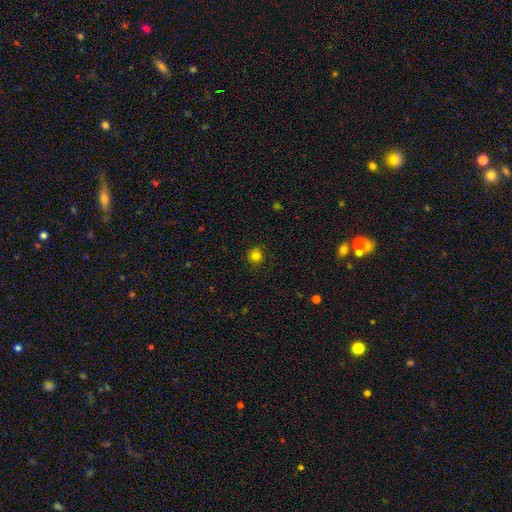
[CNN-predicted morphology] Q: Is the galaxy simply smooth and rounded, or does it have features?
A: smooth — 81%.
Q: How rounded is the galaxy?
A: round — 92%.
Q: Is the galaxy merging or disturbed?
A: none — 87%.